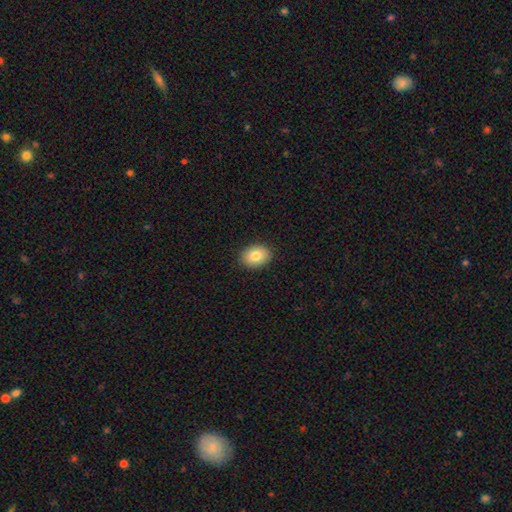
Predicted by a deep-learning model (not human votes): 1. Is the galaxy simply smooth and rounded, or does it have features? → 82% smooth, 9% featured or disk, 8% star or artifact.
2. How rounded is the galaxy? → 67% in between, 32% round, 1% cigar-shaped.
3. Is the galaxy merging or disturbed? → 90% none, 8% minor disturbance, 2% major disturbance, 1% merger.